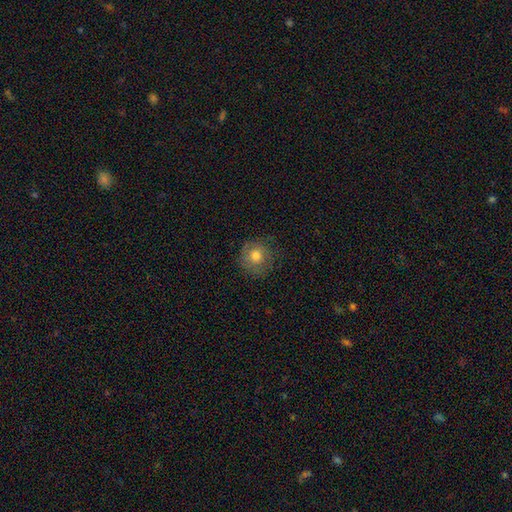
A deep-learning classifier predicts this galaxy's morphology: Smooth or featured?
  - smooth: 75% *
  - featured or disk: 15%
  - star or artifact: 11%
How rounded?
  - round: 91% *
  - in between: 8%
  - cigar-shaped: 1%
Merging?
  - none: 77% *
  - minor disturbance: 15%
  - major disturbance: 6%
  - merger: 1%